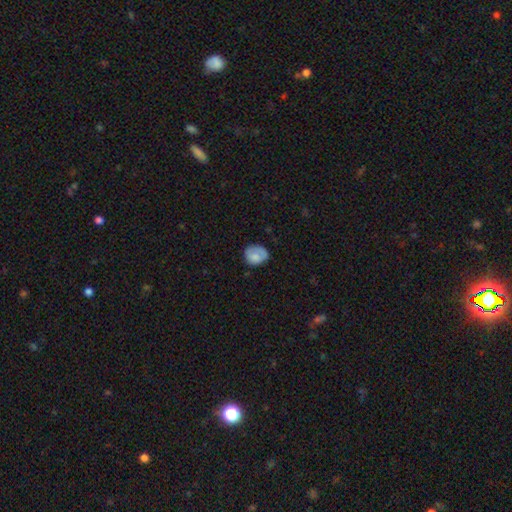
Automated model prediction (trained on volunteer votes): smooth_or_featured: smooth (p=0.76) [alt: featured or disk p=0.16]
how_rounded: round (p=0.59) [alt: in between p=0.40]
merging: none (p=0.61) [alt: minor disturbance p=0.27]